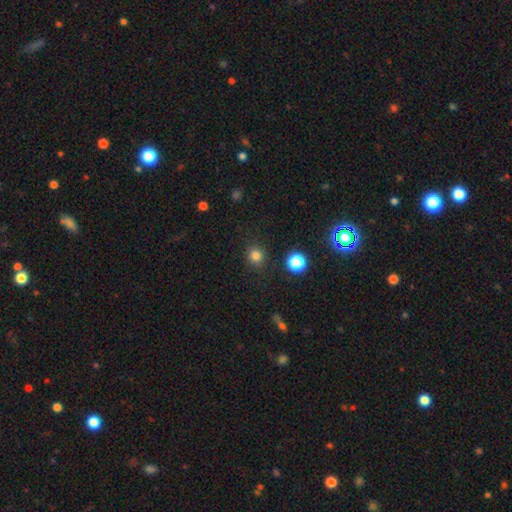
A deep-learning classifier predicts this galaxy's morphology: The model was most divided on "smooth or featured": smooth: 80%, star or artifact: 15%, featured or disk: 5%. More confident: how rounded — round (90%); merging — none (88%).